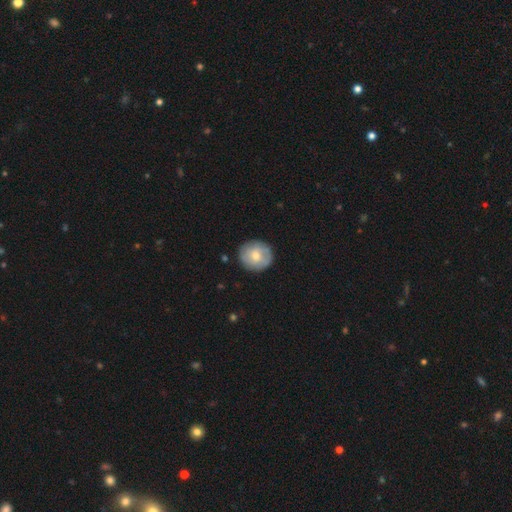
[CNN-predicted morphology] A smooth galaxy with no disk features (56%) that is round (90%).

Vote fractions:
- Smooth or featured? smooth: 56% / featured or disk: 37% / star or artifact: 6%
- How rounded? round: 90% / in between: 10% / cigar-shaped: 1%
- Merging? none: 85% / minor disturbance: 11% / major disturbance: 3% / merger: 1%